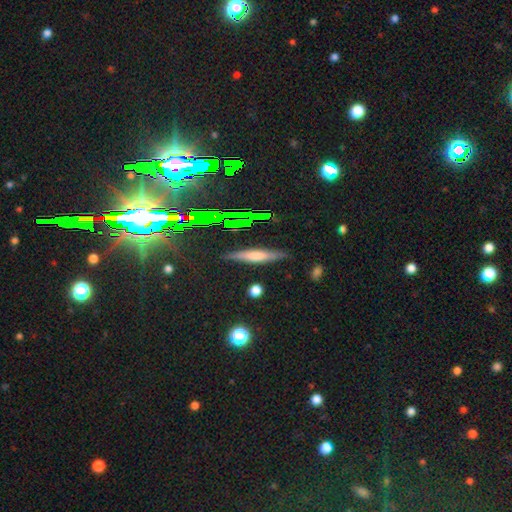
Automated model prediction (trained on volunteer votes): This appears to be a featured or disk galaxy (50%) viewed edge-on (92%). Merging: none (84%).